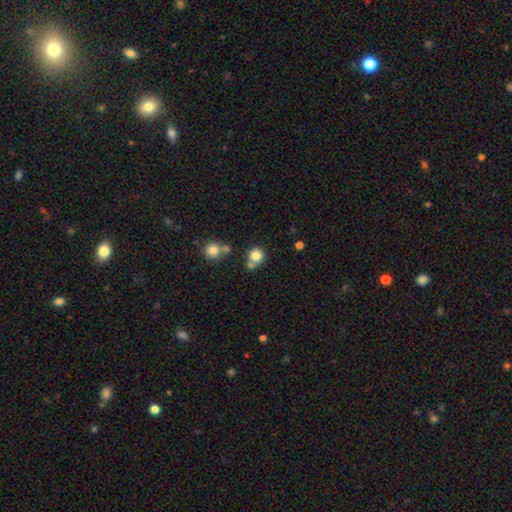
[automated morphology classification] Smooth or featured? Predicted: smooth (p=0.81). How rounded? Predicted: round (p=0.91). Merging? Predicted: none (p=0.65).